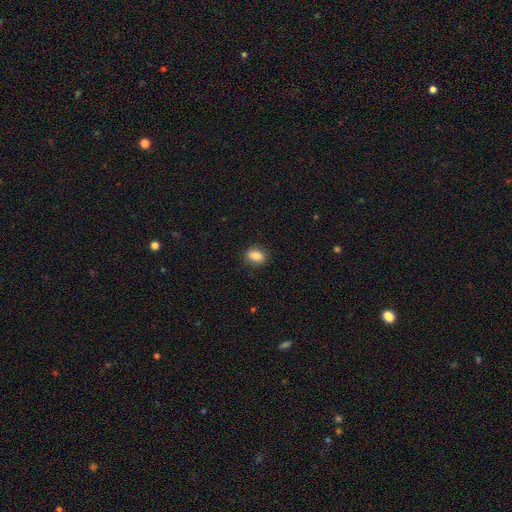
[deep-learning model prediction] This appears to be a smooth galaxy with no disk features (85%) that is in between round and cigar-shaped (70%). Merging: none (86%).